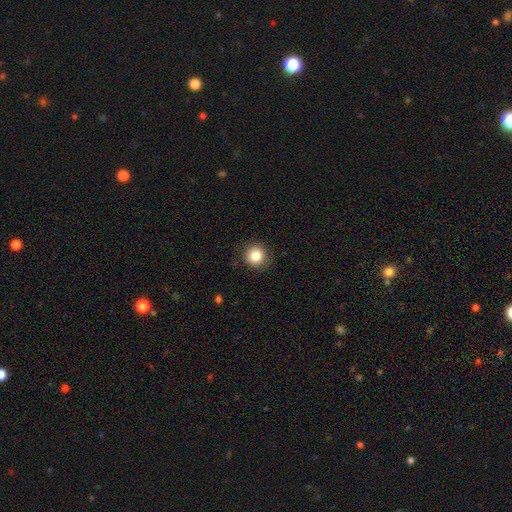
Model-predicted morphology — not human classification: Overall: smooth (82%). How rounded: round (94%). Merging: none (89%).